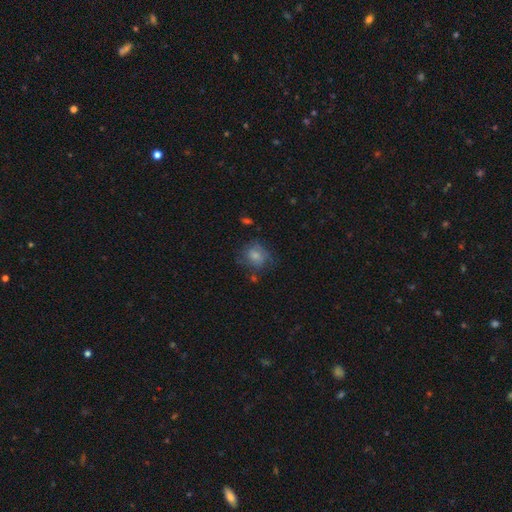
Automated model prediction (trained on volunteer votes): This appears to be a smooth galaxy with no disk features (71%) that is round (65%). Merging: none (56%).